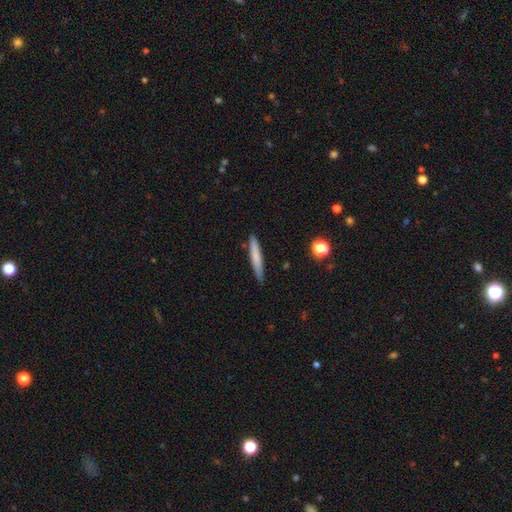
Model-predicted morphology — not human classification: Overall: smooth (72%). How rounded: cigar-shaped (95%). Merging: none (86%).